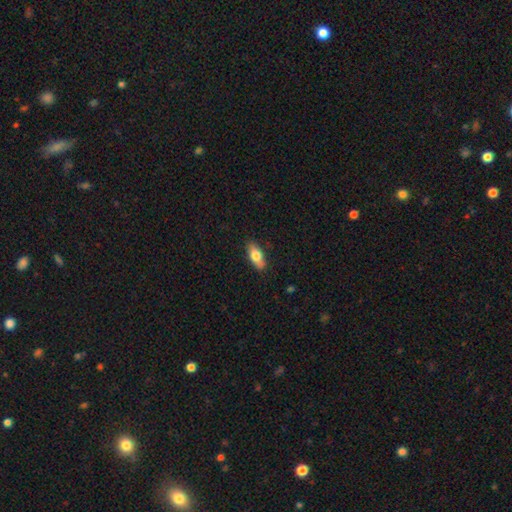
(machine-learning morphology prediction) Overall: smooth (72%). How rounded: in between (78%). Merging: none (83%).